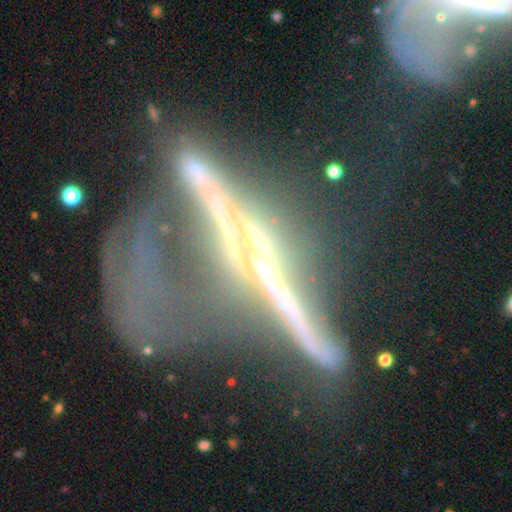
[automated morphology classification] Q: Smooth or featured?
A: featured or disk (77%); runner-up: star or artifact (14%)
Q: Edge-on disk?
A: yes (84%); runner-up: no (16%)
Q: Edge-on bulge?
A: rounded (44%); runner-up: none (42%)
Q: Merging?
A: none (33%); runner-up: major disturbance (28%)